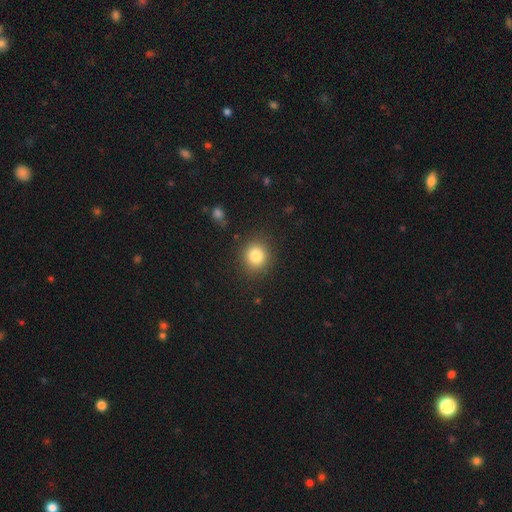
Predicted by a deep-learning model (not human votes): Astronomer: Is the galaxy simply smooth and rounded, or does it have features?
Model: smooth — 83%.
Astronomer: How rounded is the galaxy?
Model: round — 86%.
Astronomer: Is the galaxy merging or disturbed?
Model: none — 88%.